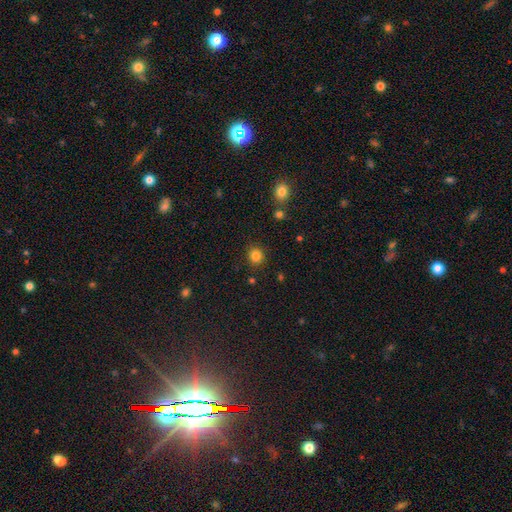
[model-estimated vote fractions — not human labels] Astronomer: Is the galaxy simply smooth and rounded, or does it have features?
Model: smooth — 83%.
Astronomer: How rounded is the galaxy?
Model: round — 83%.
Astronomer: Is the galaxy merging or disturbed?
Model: none — 87%.